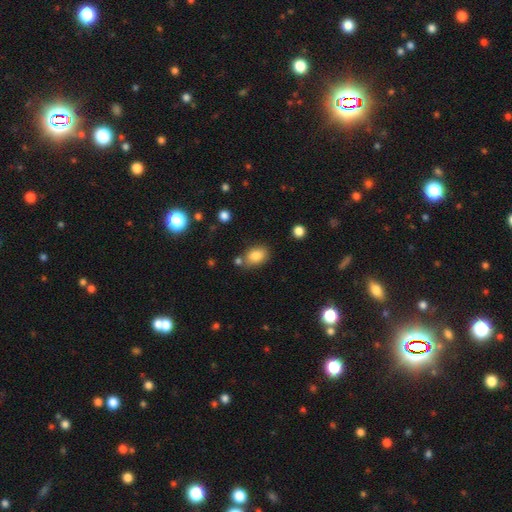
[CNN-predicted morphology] smooth-or-featured: smooth: 83% | star or artifact: 9% | featured or disk: 8%
  how-rounded: in between: 80% | round: 19% | cigar-shaped: 1%
  merging: none: 68% | minor disturbance: 15% | merger: 12% | major disturbance: 4%